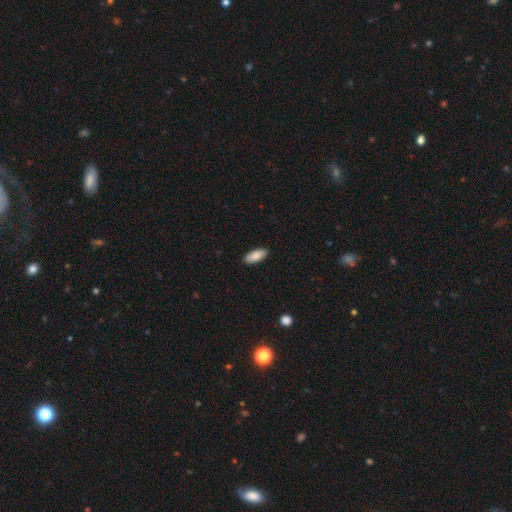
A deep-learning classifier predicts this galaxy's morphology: smooth_or_featured: smooth (p=0.88) [alt: featured or disk p=0.06]
how_rounded: in between (p=0.81) [alt: cigar-shaped p=0.17]
merging: none (p=0.90) [alt: minor disturbance p=0.07]